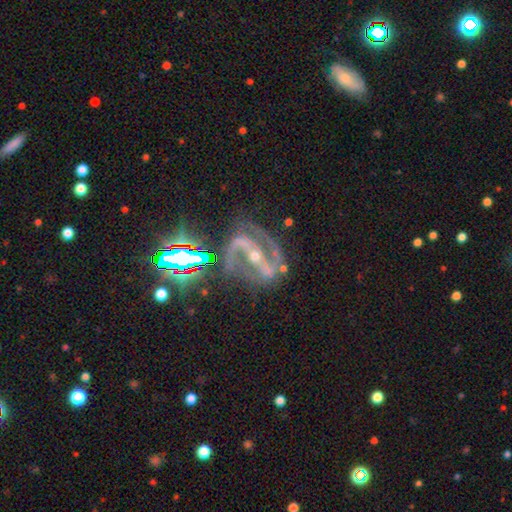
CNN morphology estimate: A featured or disk galaxy (81%) with a strong bar (63%), 2 (82%) medium (50%) spiral arms (93%) and a small central bulge (70%). Merging: none (52%).